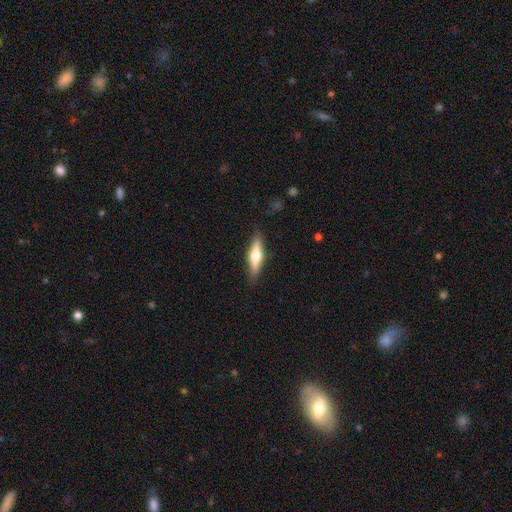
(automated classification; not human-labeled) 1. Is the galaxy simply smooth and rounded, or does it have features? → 51% smooth, 43% featured or disk, 6% star or artifact.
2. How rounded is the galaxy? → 65% cigar-shaped, 33% in between, 2% round.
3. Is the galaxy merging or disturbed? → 87% none, 9% minor disturbance, 2% major disturbance, 1% merger.